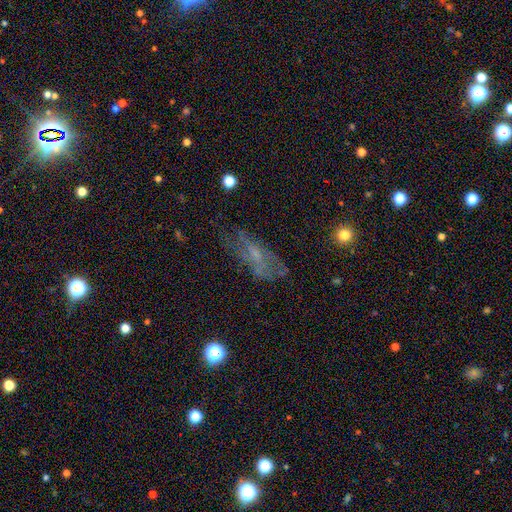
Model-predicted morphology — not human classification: A featured or disk galaxy (53%).

Vote fractions:
- Smooth or featured? featured or disk: 53% / smooth: 31% / star or artifact: 16%
- Edge-on disk? no: 83% / yes: 17%
- Merging? none: 52% / minor disturbance: 24% / major disturbance: 21% / merger: 3%